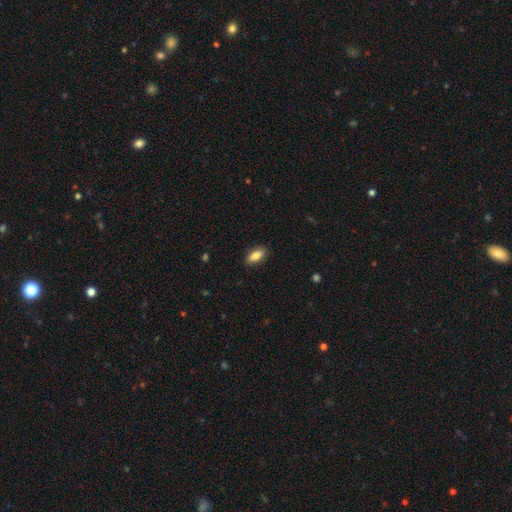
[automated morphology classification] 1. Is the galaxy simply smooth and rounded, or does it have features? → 81% smooth, 11% featured or disk, 7% star or artifact.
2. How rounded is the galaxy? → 82% in between, 15% cigar-shaped, 3% round.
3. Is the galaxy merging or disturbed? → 86% none, 11% minor disturbance, 2% major disturbance, 1% merger.